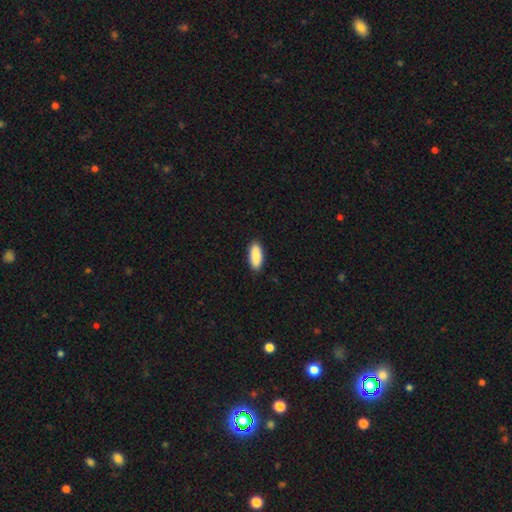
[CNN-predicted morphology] The model was most divided on "how rounded": in between: 79%, cigar-shaped: 20%, round: 2%. More confident: merging — none (90%); smooth or featured — smooth (90%).